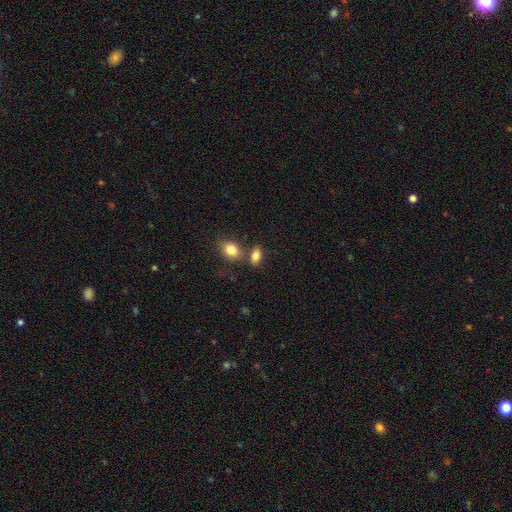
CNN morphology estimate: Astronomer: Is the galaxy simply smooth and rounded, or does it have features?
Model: smooth — 84%.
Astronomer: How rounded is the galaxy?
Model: in between — 86%.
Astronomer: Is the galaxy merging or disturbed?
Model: none — 61%.